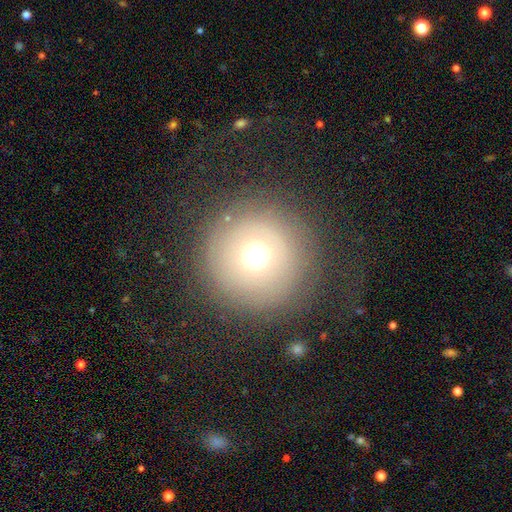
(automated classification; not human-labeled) smooth-or-featured: smooth: 59% | featured or disk: 27% | star or artifact: 14%
  how-rounded: round: 96% | in between: 3% | cigar-shaped: 1%
  merging: none: 79% | minor disturbance: 10% | major disturbance: 9% | merger: 2%